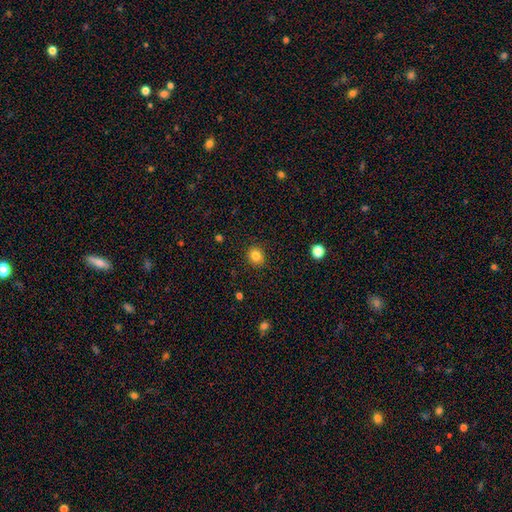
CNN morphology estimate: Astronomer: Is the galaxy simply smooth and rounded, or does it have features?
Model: smooth — 83%.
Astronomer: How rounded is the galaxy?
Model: round — 78%.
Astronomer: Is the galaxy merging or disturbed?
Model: none — 89%.